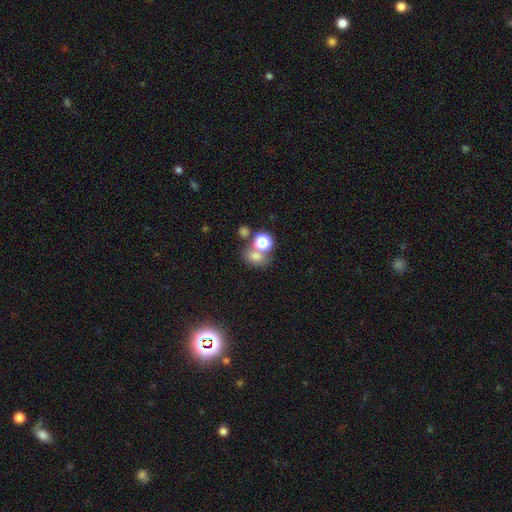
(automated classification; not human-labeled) A smooth galaxy with no disk features (70%) that is round (53%). Merging: none (49%).